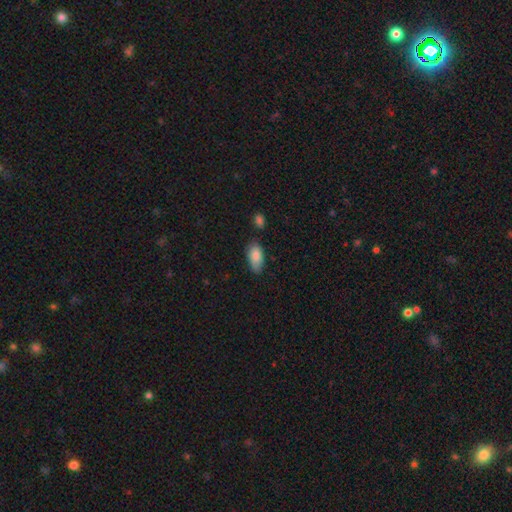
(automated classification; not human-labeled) smooth_or_featured: smooth (p=0.84) [alt: featured or disk p=0.09]
how_rounded: in between (p=0.91) [alt: cigar-shaped p=0.06]
merging: none (p=0.71) [alt: minor disturbance p=0.21]